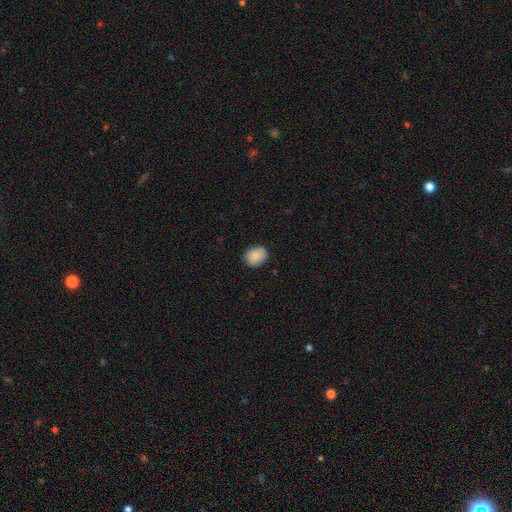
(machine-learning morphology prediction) This appears to be a smooth galaxy with no disk features (86%) that is round (52%). Merging: none (82%).